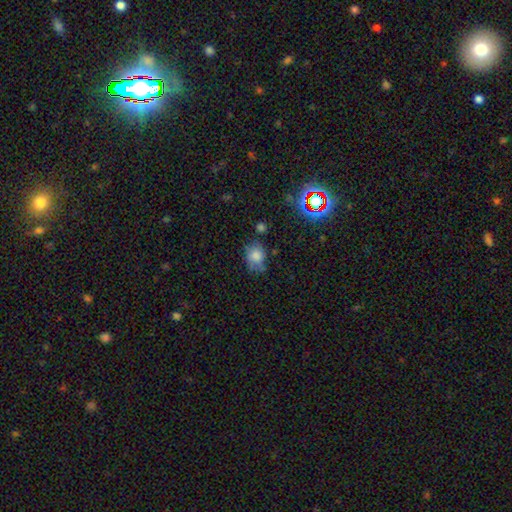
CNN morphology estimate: Smooth or featured: smooth — 74% (star or artifact — 13%)
How rounded: in between — 60% (round — 38%)
Merging: none — 53% (minor disturbance — 32%)